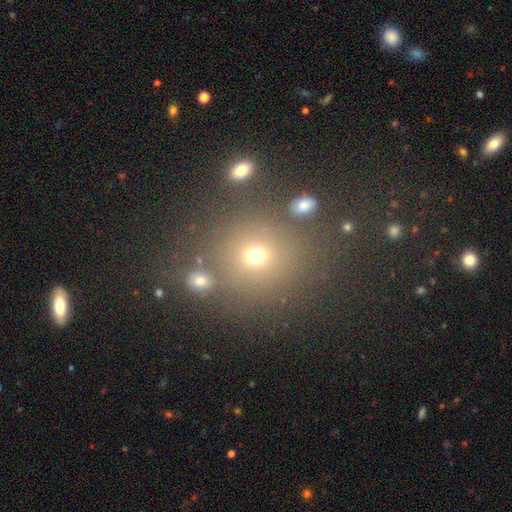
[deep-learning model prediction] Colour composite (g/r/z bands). It shows a smooth galaxy with no disk features (67%) that is round (82%). Merging: none (73%).